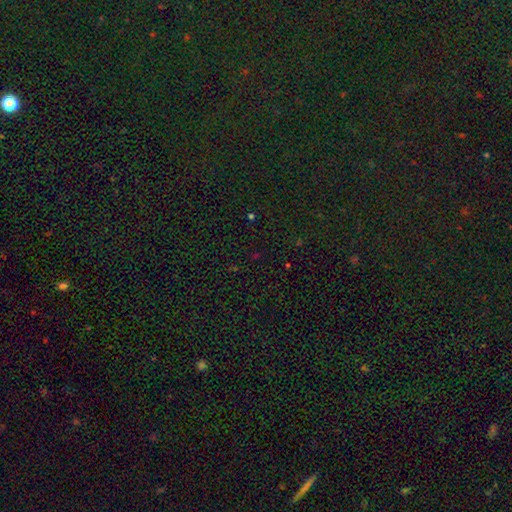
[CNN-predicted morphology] Smooth or featured? Predicted: star or artifact (p=0.62).